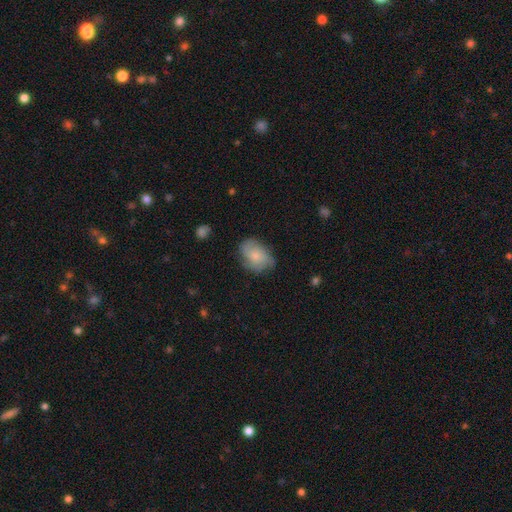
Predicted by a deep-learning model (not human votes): Smooth or featured? smooth (56%)
How rounded? in between (74%)
Merging? none (63%)